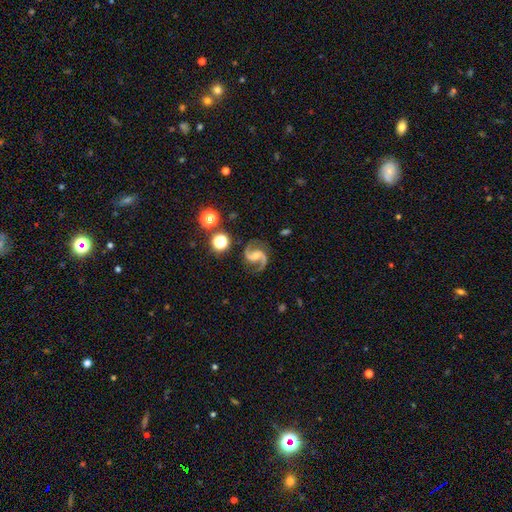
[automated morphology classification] Smooth or featured? featured or disk (92%)
Edge-on disk? no (98%)
Bar? no (46%)
Spiral arms? yes (99%)
Spiral winding? medium (57%)
Spiral arm count? 2 (94%)
Bulge size? small (44%)
Merging? none (80%)